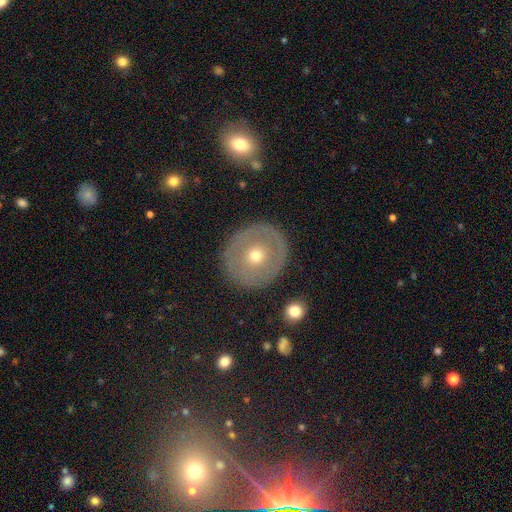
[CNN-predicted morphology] Smooth or featured? featured or disk (51%)
Edge-on disk? no (94%)
Merging? none (85%)